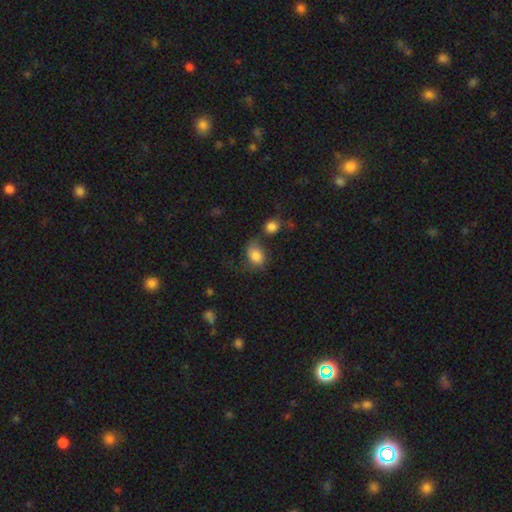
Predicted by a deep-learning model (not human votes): smooth-or-featured: smooth: 77% | featured or disk: 14% | star or artifact: 10%
  how-rounded: in between: 61% | round: 38% | cigar-shaped: 1%
  merging: none: 39% | minor disturbance: 24% | merger: 20% | major disturbance: 17%